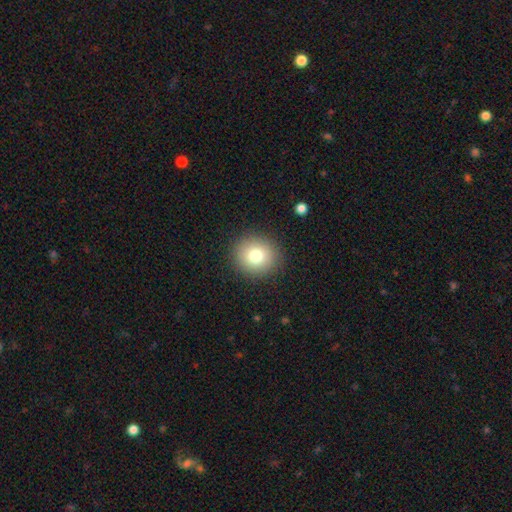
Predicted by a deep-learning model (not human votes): smooth-or-featured: smooth: 78% | star or artifact: 11% | featured or disk: 11%
  how-rounded: round: 86% | in between: 13% | cigar-shaped: 1%
  merging: none: 90% | minor disturbance: 6% | major disturbance: 2% | merger: 1%